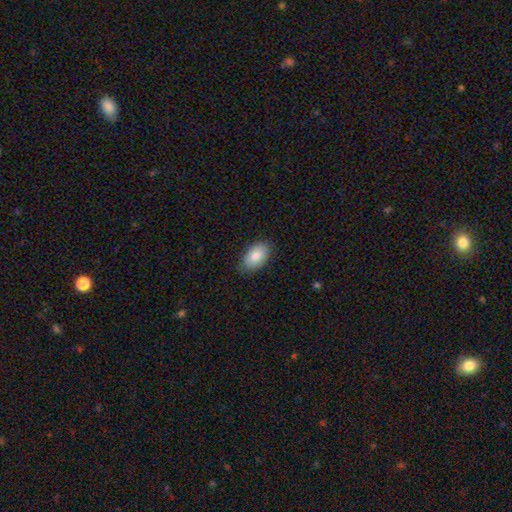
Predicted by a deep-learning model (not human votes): A smooth galaxy with no disk features (84%) that is in between round and cigar-shaped (93%). Merging: none (80%).